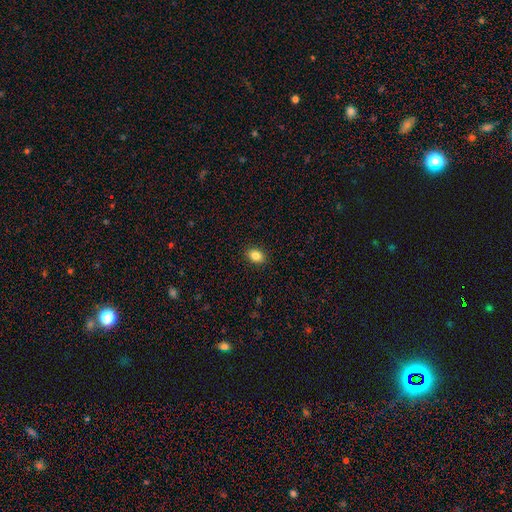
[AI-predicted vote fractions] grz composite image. It shows a smooth galaxy with no disk features (84%) that is in between round and cigar-shaped (63%). Merging: none (90%).